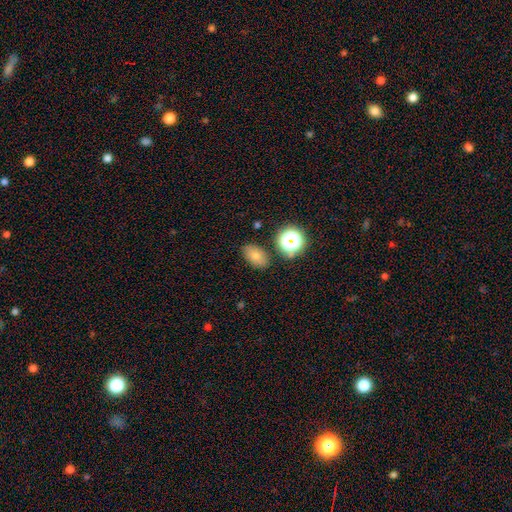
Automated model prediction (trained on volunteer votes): The model was most divided on "smooth or featured": smooth: 67%, star or artifact: 21%, featured or disk: 12%. More confident: merging — none (83%); how rounded — in between (81%).